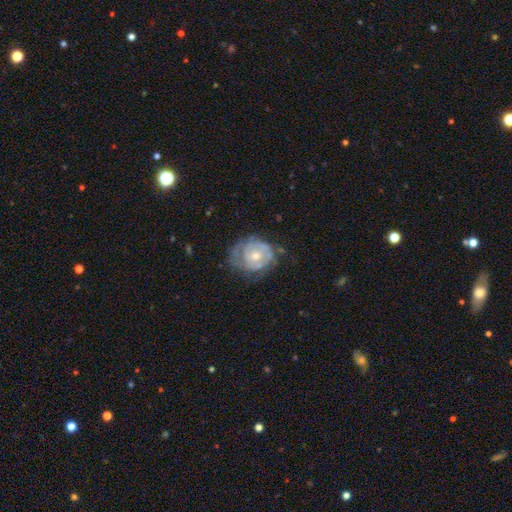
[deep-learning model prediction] Q: Smooth or featured?
A: featured or disk (70%); runner-up: smooth (24%)
Q: Edge-on disk?
A: no (98%); runner-up: yes (2%)
Q: Bar?
A: no (81%); runner-up: weak (17%)
Q: Spiral arms?
A: yes (74%); runner-up: no (26%)
Q: Spiral winding?
A: tight (65%); runner-up: medium (26%)
Q: Spiral arm count?
A: can't tell (45%); runner-up: 2 (30%)
Q: Bulge size?
A: moderate (51%); runner-up: small (45%)
Q: Merging?
A: none (52%); runner-up: minor disturbance (28%)